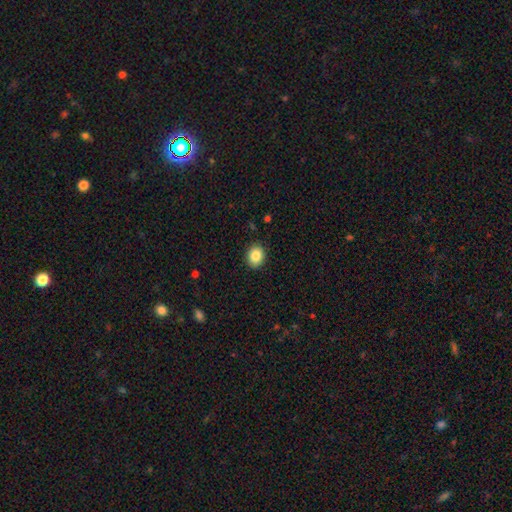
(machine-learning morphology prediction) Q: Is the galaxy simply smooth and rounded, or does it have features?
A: smooth — 86%.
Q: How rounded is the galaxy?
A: round — 53%.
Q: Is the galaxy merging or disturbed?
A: none — 90%.